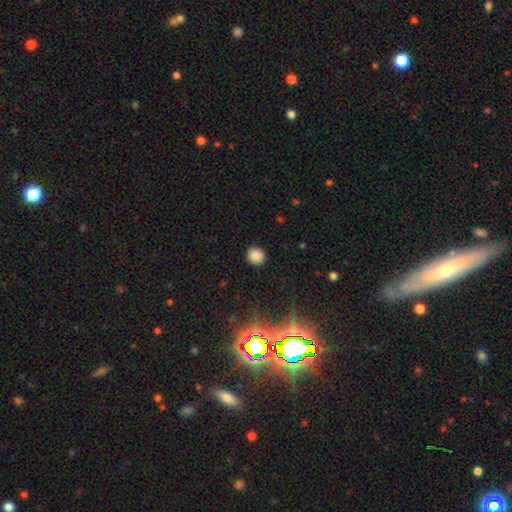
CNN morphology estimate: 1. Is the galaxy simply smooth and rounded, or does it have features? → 85% smooth, 11% star or artifact, 4% featured or disk.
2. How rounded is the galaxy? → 85% round, 14% in between, 1% cigar-shaped.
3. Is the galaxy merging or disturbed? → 90% none, 7% minor disturbance, 2% major disturbance, 1% merger.